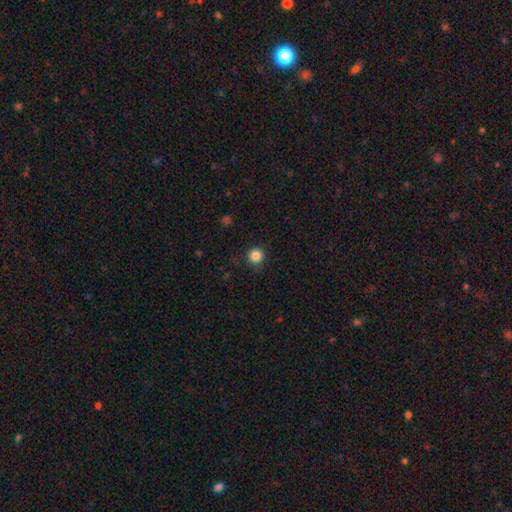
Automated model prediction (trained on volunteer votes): Smooth or featured? Predicted: smooth (p=0.85). How rounded? Predicted: round (p=0.95). Merging? Predicted: none (p=0.87).